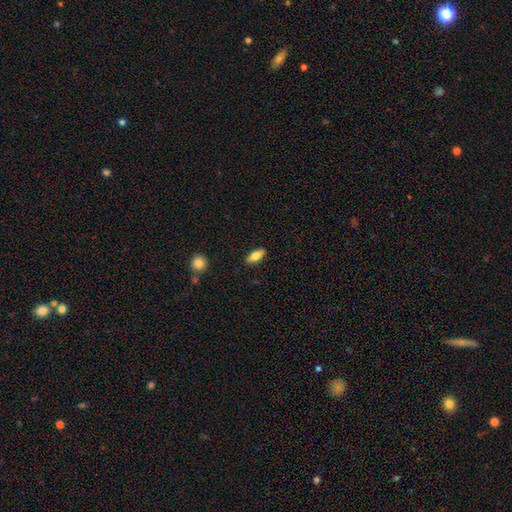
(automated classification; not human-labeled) This is likely a smooth galaxy (72%). How rounded: likely in between (76%). Merging: clearly none (88%).